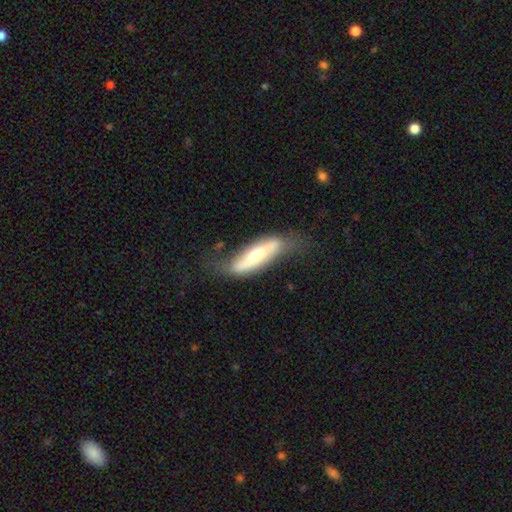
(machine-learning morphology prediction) featured or disk 49%, smooth 45%, star or artifact 6%. Down the decision tree: merging — none (46%).